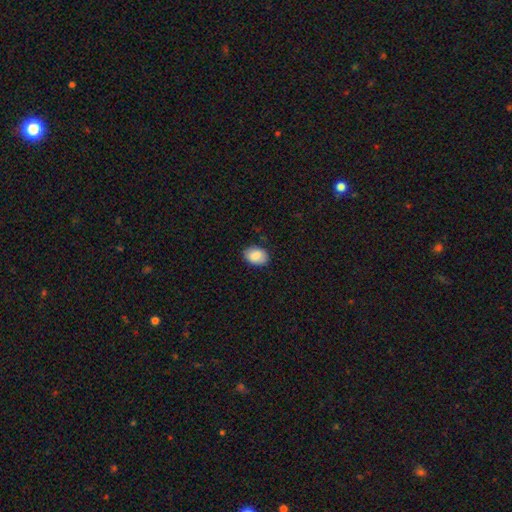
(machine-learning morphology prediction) Q: Smooth or featured?
A: smooth (88%); runner-up: star or artifact (7%)
Q: How rounded?
A: in between (80%); runner-up: round (19%)
Q: Merging?
A: none (86%); runner-up: minor disturbance (11%)